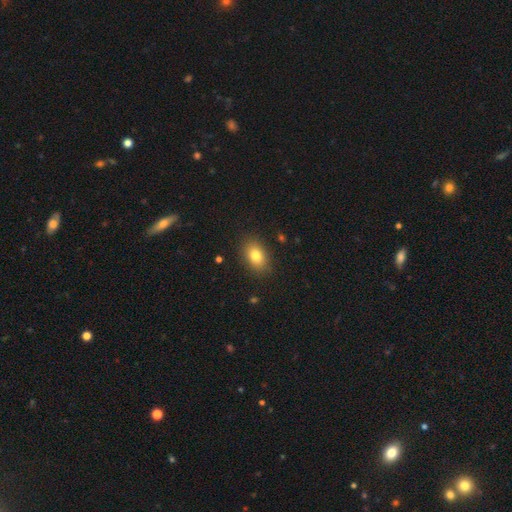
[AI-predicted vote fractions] This appears to be a smooth galaxy with no disk features (82%) that is in between round and cigar-shaped (82%). Merging: none (87%).